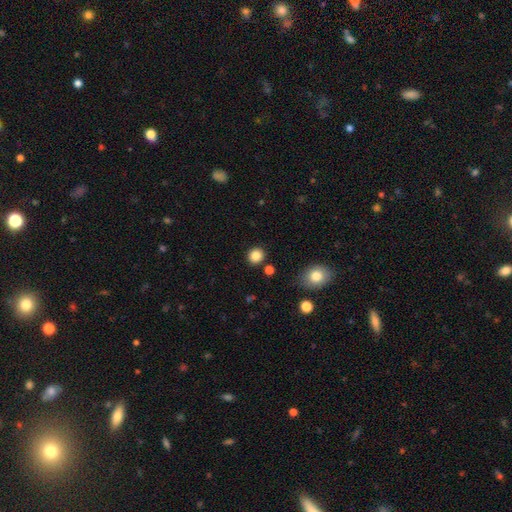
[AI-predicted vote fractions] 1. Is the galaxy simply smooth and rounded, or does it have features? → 85% smooth, 11% star or artifact, 4% featured or disk.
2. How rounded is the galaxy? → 87% round, 12% in between, 1% cigar-shaped.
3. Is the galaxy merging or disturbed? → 88% none, 6% minor disturbance, 3% merger, 2% major disturbance.